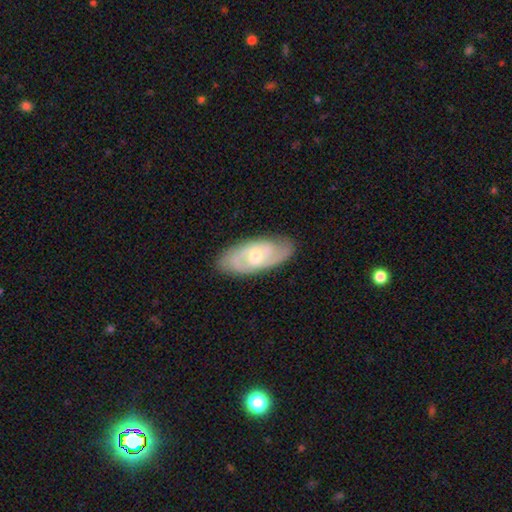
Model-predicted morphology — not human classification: Smooth or featured: featured or disk — 78% (smooth — 17%)
Edge-on disk: no — 92% (yes — 8%)
Bar: no — 48% (weak — 43%)
Spiral arms: yes — 92% (no — 8%)
Spiral winding: tight — 46% (medium — 42%)
Spiral arm count: 2 — 68% (can't tell — 16%)
Bulge size: moderate — 52% (small — 44%)
Merging: none — 84% (minor disturbance — 12%)